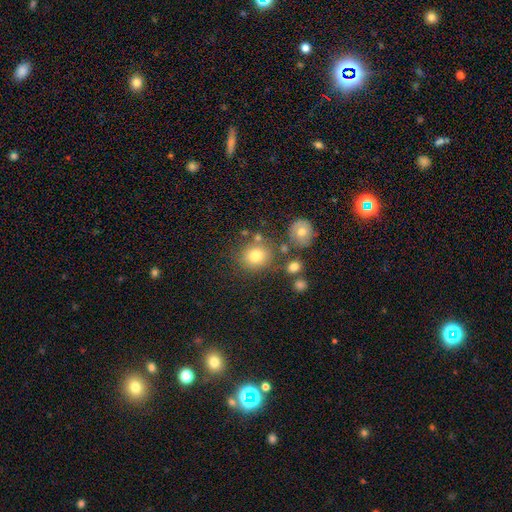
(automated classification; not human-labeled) smooth_or_featured: smooth (p=0.77) [alt: star or artifact p=0.14]
how_rounded: round (p=0.83) [alt: in between p=0.16]
merging: none (p=0.74) [alt: minor disturbance p=0.12]